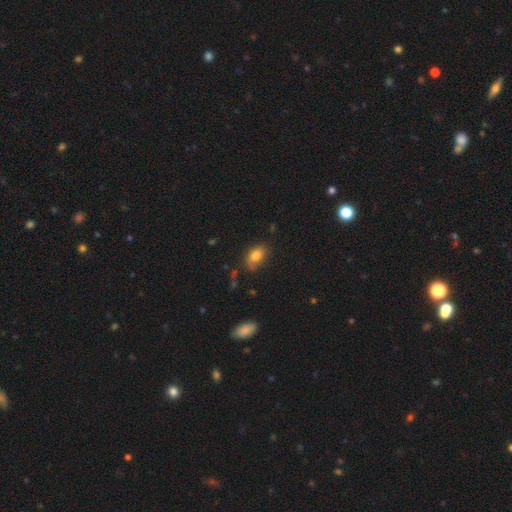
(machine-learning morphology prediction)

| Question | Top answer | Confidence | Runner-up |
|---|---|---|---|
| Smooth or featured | smooth | 81% | featured or disk (10%) |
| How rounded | in between | 86% | round (11%) |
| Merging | none | 70% | minor disturbance (22%) |